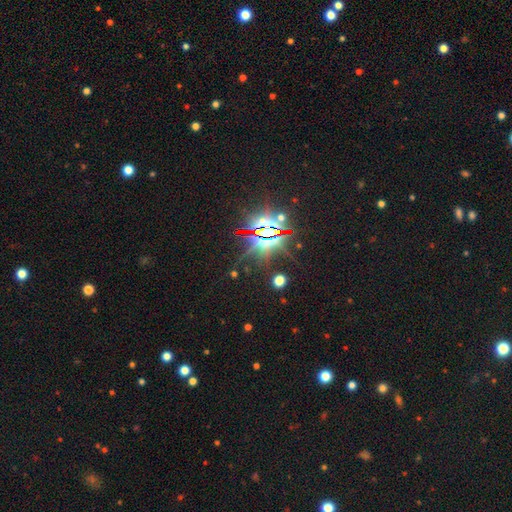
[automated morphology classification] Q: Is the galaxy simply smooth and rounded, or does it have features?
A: star or artifact — 86%.